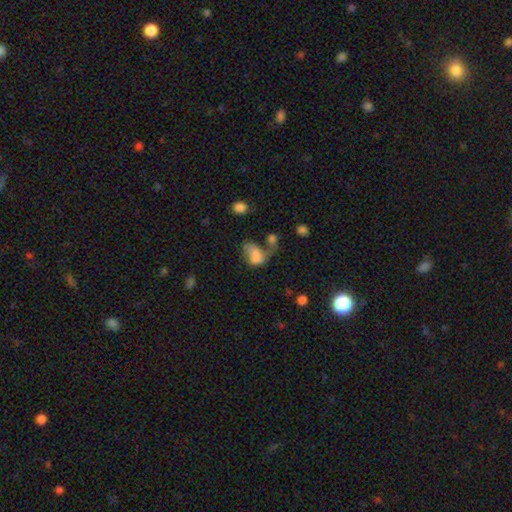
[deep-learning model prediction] Smooth or featured?
  - smooth: 65% *
  - featured or disk: 22%
  - star or artifact: 14%
How rounded?
  - in between: 82% *
  - round: 15%
  - cigar-shaped: 3%
Merging?
  - merger: 35% *
  - major disturbance: 30%
  - none: 19%
  - minor disturbance: 17%